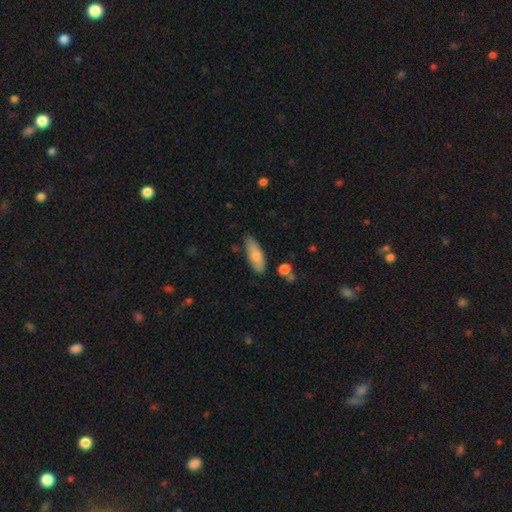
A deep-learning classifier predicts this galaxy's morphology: This is clearly a smooth galaxy (80%). How rounded: likely in between (64%). Merging: likely none (77%).